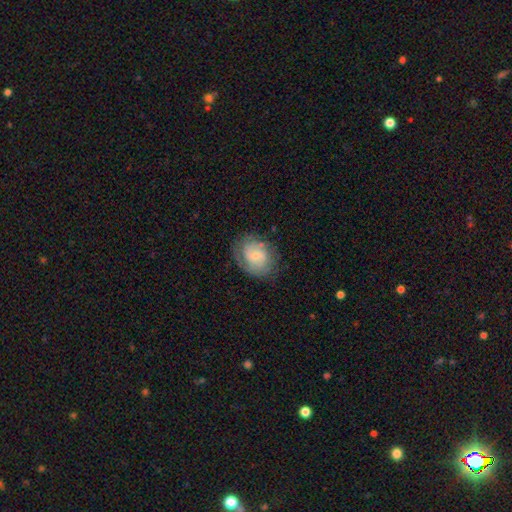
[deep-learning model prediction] Smooth or featured? Predicted: featured or disk (p=0.56). Edge-on disk? Predicted: no (p=0.97). Bar? Predicted: no (p=0.46). Spiral arms? Predicted: yes (p=0.82). Bulge size? Predicted: small (p=0.67). Merging? Predicted: none (p=0.70).